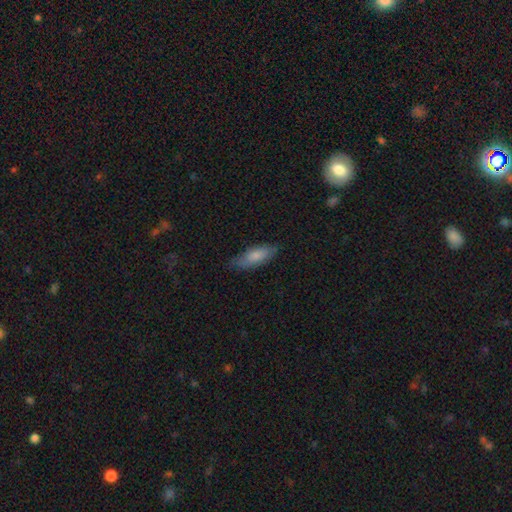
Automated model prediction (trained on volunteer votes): Smooth or featured: smooth — 77% (featured or disk — 18%)
How rounded: in between — 64% (cigar-shaped — 34%)
Merging: none — 77% (minor disturbance — 18%)